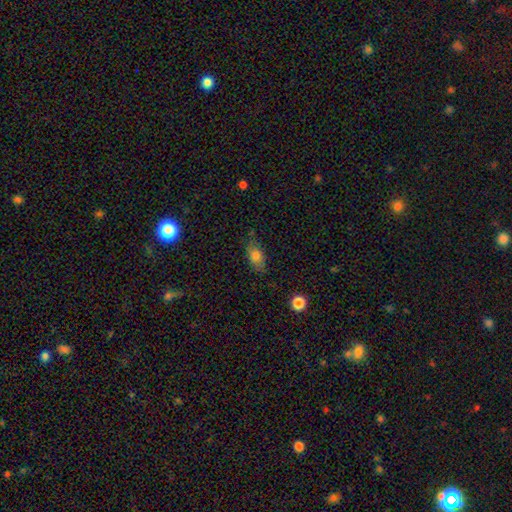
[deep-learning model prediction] Q: Smooth or featured?
A: smooth (76%); runner-up: featured or disk (14%)
Q: How rounded?
A: in between (85%); runner-up: round (8%)
Q: Merging?
A: none (71%); runner-up: minor disturbance (22%)